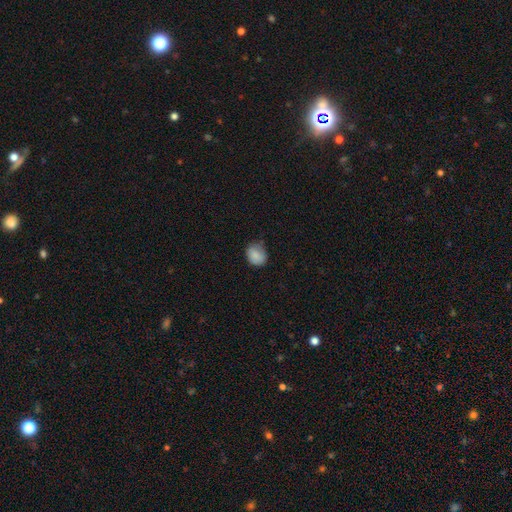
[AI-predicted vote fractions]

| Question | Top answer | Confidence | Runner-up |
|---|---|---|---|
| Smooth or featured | smooth | 85% | star or artifact (8%) |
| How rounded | round | 58% | in between (41%) |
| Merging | none | 56% | minor disturbance (35%) |